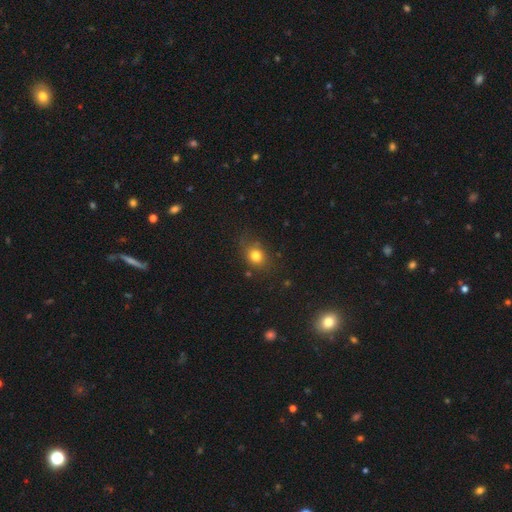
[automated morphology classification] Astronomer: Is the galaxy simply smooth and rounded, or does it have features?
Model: smooth — 79%.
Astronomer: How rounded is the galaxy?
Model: round — 62%.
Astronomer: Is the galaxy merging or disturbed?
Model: none — 74%.